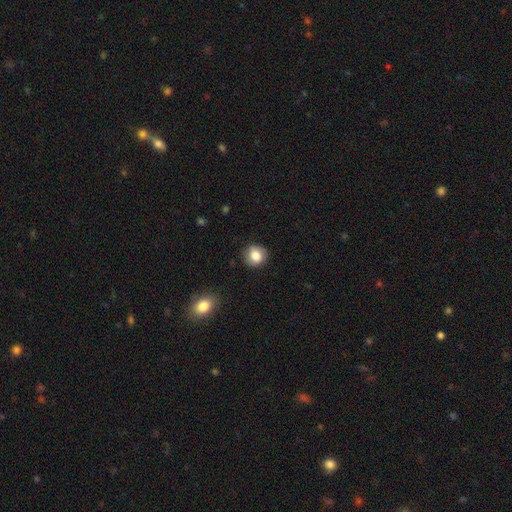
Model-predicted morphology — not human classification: smooth 80%, featured or disk 11%, star or artifact 9%. Down the decision tree: how rounded — round (81%); merging — none (83%).